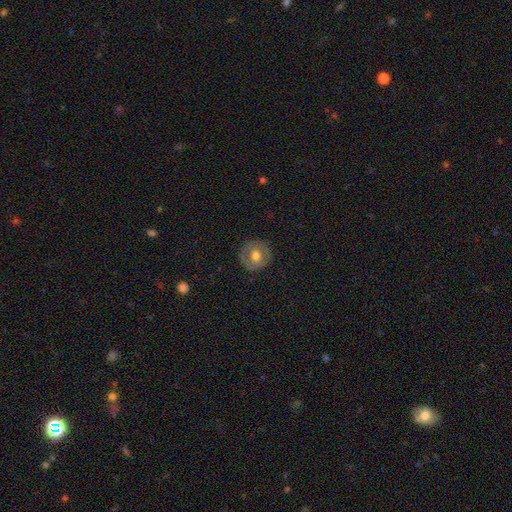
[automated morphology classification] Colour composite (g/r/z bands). It shows a smooth galaxy with no disk features (54%) that is round (90%). Merging: none (84%).